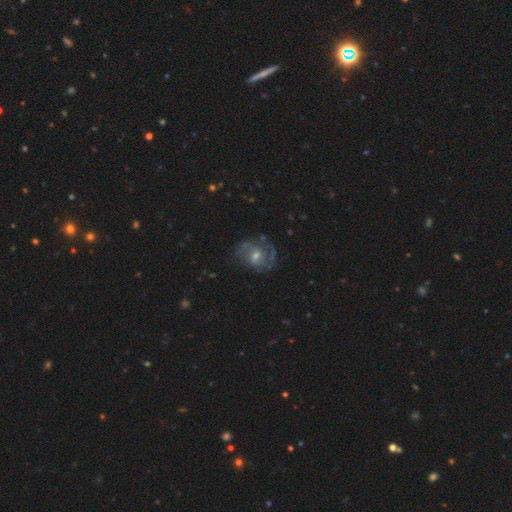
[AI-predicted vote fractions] This appears to be a featured or disk galaxy (71%) with no bar (51%), 2 (48%) medium (47%) spiral arms (82%) and a moderate central bulge (50%). Merging: none (61%).